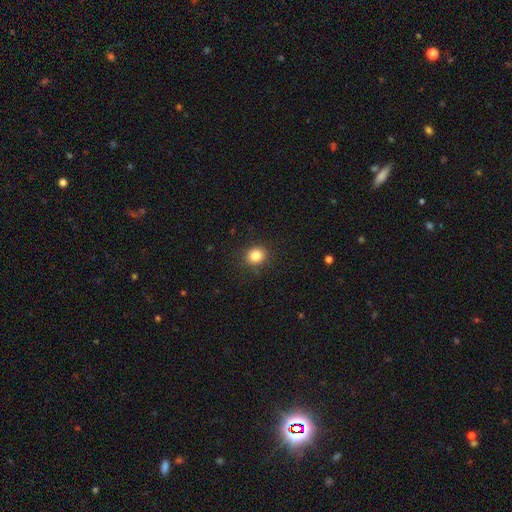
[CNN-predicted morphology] A smooth galaxy with no disk features (84%) that is round (77%).

Vote fractions:
- Smooth or featured? smooth: 84% / star or artifact: 11% / featured or disk: 5%
- How rounded? round: 77% / in between: 22% / cigar-shaped: 1%
- Merging? none: 88% / minor disturbance: 8% / major disturbance: 3% / merger: 1%